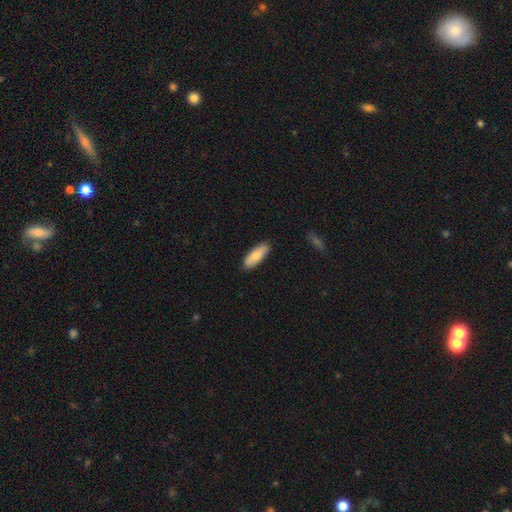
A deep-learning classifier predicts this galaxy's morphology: Overall: smooth (80%). How rounded: in between (61%; cigar-shaped 37%). Merging: none (87%).